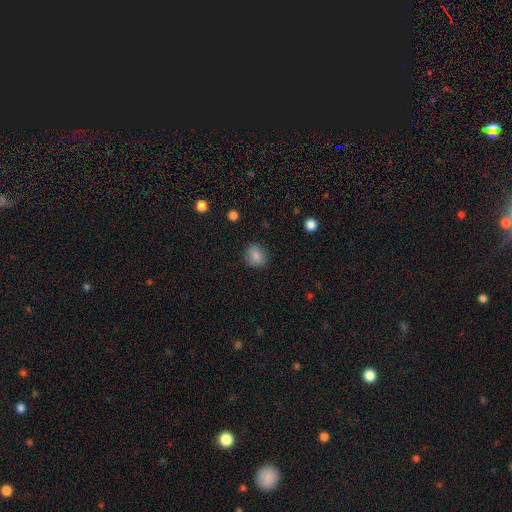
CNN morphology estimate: A smooth galaxy with no disk features (82%) that is round (70%). Merging: none (82%).